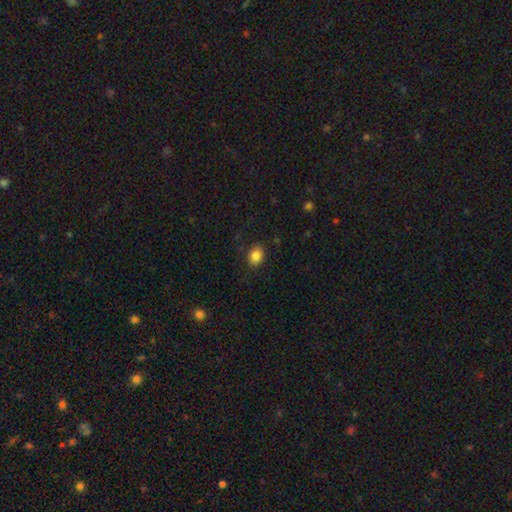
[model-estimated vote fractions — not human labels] The model was most divided on "how rounded": in between: 62%, round: 38%, cigar-shaped: 1%. More confident: smooth or featured — smooth (85%); merging — none (85%).